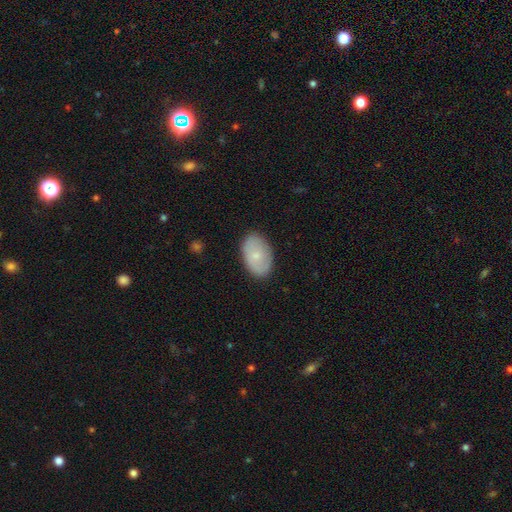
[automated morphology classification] smooth-or-featured: smooth: 71% | featured or disk: 23% | star or artifact: 6%
  how-rounded: in between: 90% | round: 9% | cigar-shaped: 1%
  merging: none: 84% | minor disturbance: 12% | major disturbance: 3% | merger: 1%